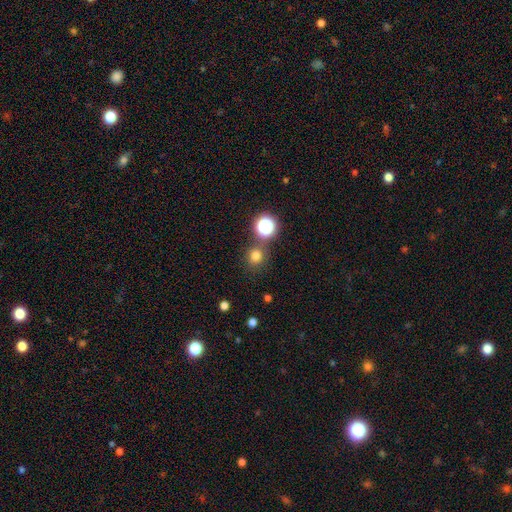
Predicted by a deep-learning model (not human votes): Morphology: type=smooth (75%); roundness=round (87%); merging=none (77%).